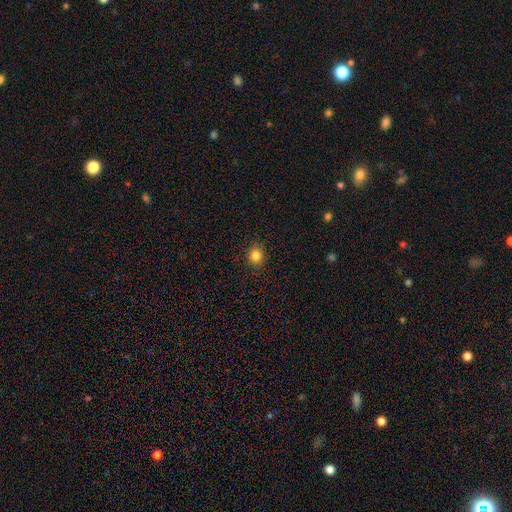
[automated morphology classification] smooth 84%, star or artifact 12%, featured or disk 4%. Down the decision tree: how rounded — round (78%); merging — none (89%).